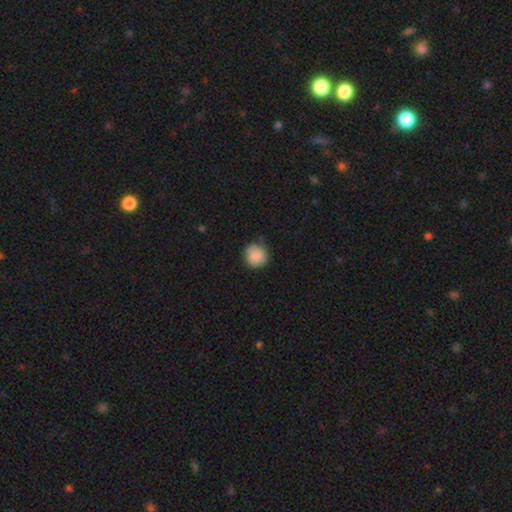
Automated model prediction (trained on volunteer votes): Overall: smooth (88%). How rounded: round (91%). Merging: none (78%).